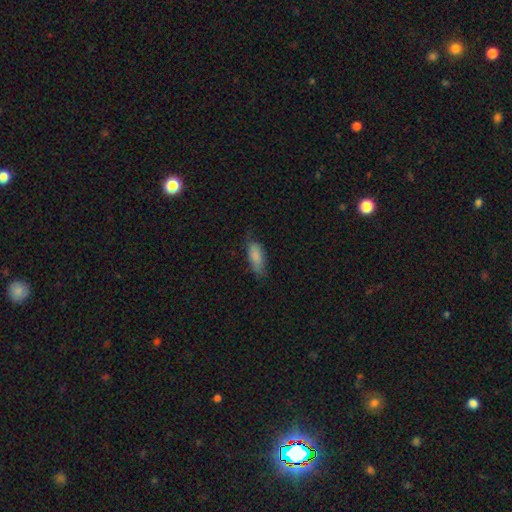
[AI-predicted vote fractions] smooth-or-featured: smooth: 82% | featured or disk: 11% | star or artifact: 7%
  how-rounded: in between: 73% | cigar-shaped: 25% | round: 2%
  merging: none: 63% | minor disturbance: 28% | major disturbance: 8% | merger: 2%